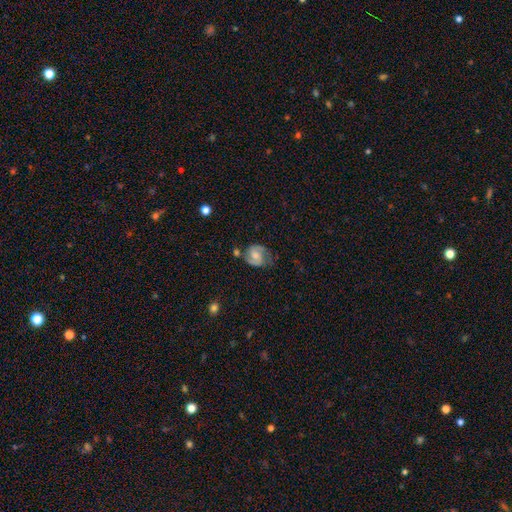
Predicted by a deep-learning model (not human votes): featured or disk 69%, smooth 24%, star or artifact 7%. Down the decision tree: edge-on disk — no (97%); bar — no (49%); spiral arms — yes (92%); spiral arm count — 2 (84%); spiral winding — medium (50%); bulge size — moderate (53%); merging — none (58%).